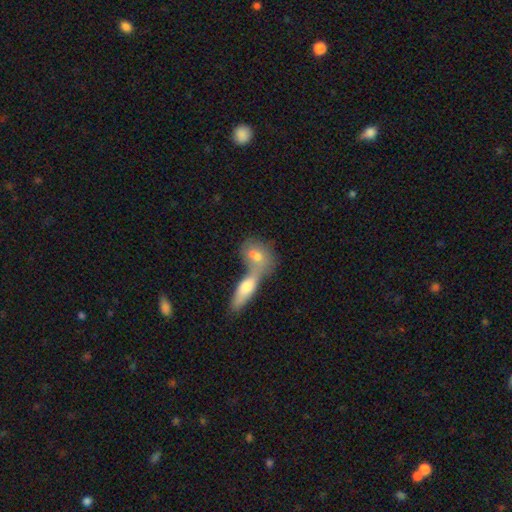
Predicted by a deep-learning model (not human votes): Smooth or featured? Predicted: smooth (p=0.70). How rounded? Predicted: in between (p=0.67). Merging? Predicted: merger (p=0.61).